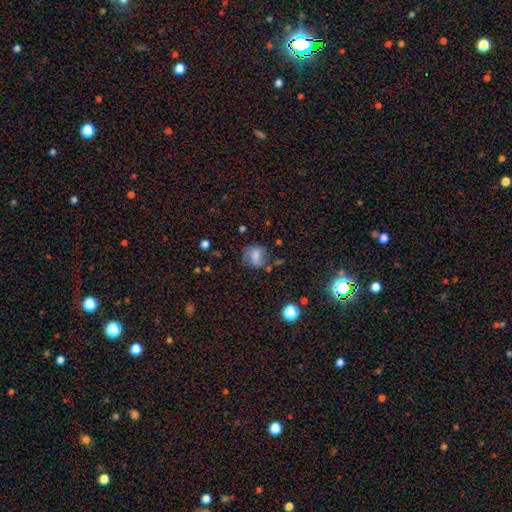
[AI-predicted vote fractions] Smooth or featured?
  - smooth: 53% *
  - featured or disk: 34%
  - star or artifact: 13%
How rounded?
  - round: 57% *
  - in between: 41%
  - cigar-shaped: 2%
Merging?
  - none: 53% *
  - minor disturbance: 25%
  - major disturbance: 17%
  - merger: 5%